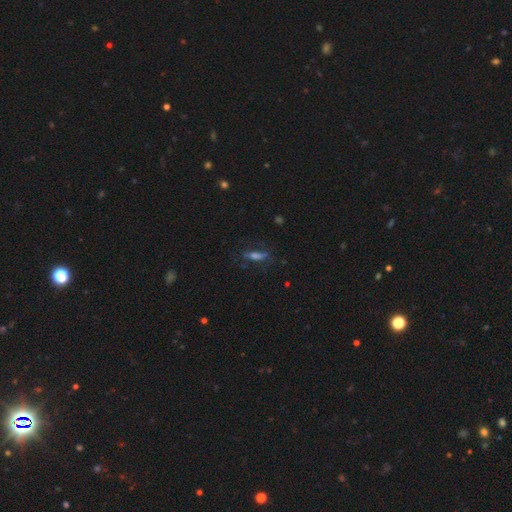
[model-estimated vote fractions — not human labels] A smooth galaxy with no disk features (55%) that is cigar-shaped (65%).

Vote fractions:
- Smooth or featured? smooth: 55% / featured or disk: 32% / star or artifact: 13%
- How rounded? cigar-shaped: 65% / in between: 32% / round: 3%
- Merging? none: 68% / minor disturbance: 20% / major disturbance: 10% / merger: 2%